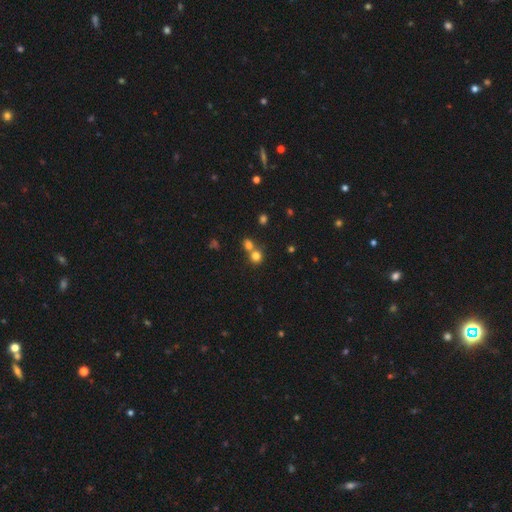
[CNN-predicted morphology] Smooth or featured?
  - smooth: 76% *
  - star or artifact: 16%
  - featured or disk: 8%
How rounded?
  - round: 86% *
  - in between: 13%
  - cigar-shaped: 1%
Merging?
  - none: 49% *
  - merger: 42%
  - minor disturbance: 6%
  - major disturbance: 3%